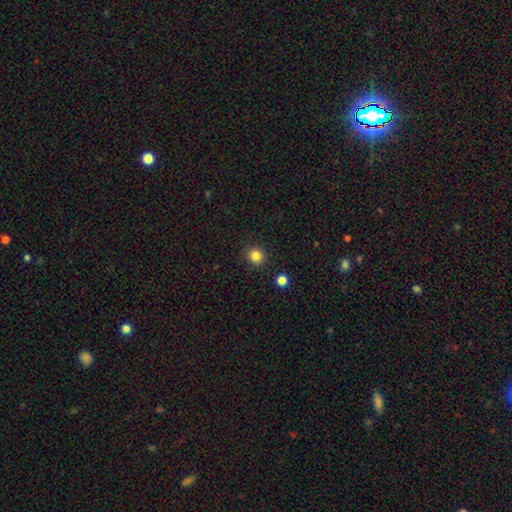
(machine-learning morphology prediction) Overall: smooth (84%). How rounded: round (93%). Merging: none (91%).